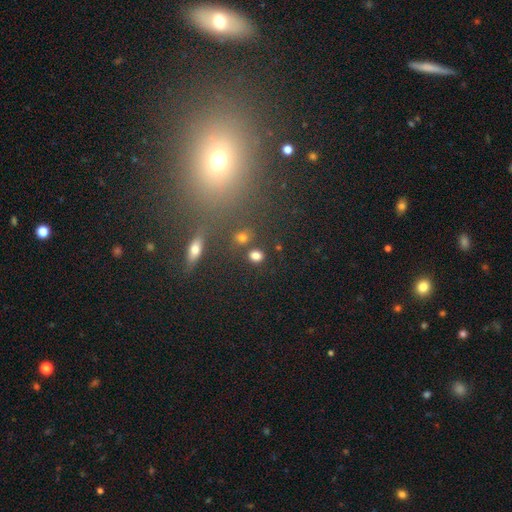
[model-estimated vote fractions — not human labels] Q: Smooth or featured?
A: smooth (81%); runner-up: star or artifact (12%)
Q: How rounded?
A: round (71%); runner-up: in between (27%)
Q: Merging?
A: none (80%); runner-up: minor disturbance (8%)